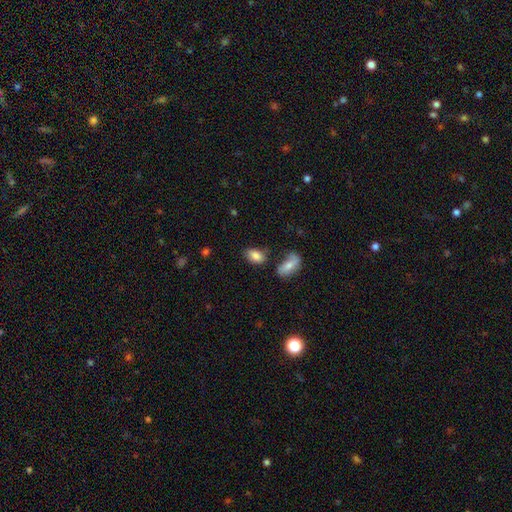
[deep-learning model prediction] smooth_or_featured: smooth (p=0.84) [alt: featured or disk p=0.09]
how_rounded: in between (p=0.90) [alt: round p=0.08]
merging: none (p=0.60) [alt: minor disturbance p=0.23]